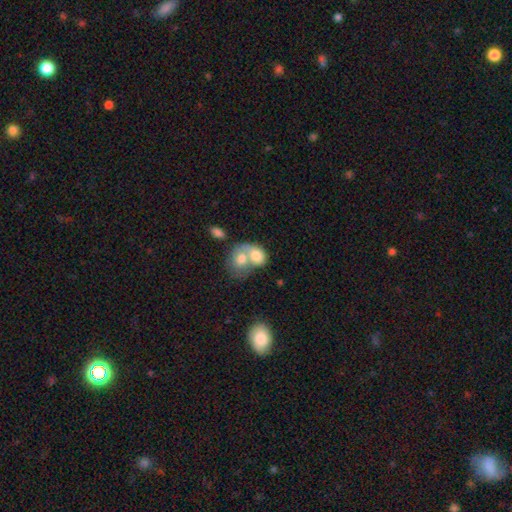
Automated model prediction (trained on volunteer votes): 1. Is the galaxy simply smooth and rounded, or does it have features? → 69% smooth, 24% featured or disk, 7% star or artifact.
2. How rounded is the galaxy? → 57% in between, 41% round, 1% cigar-shaped.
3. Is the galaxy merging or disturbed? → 78% merger, 12% none, 5% minor disturbance, 5% major disturbance.